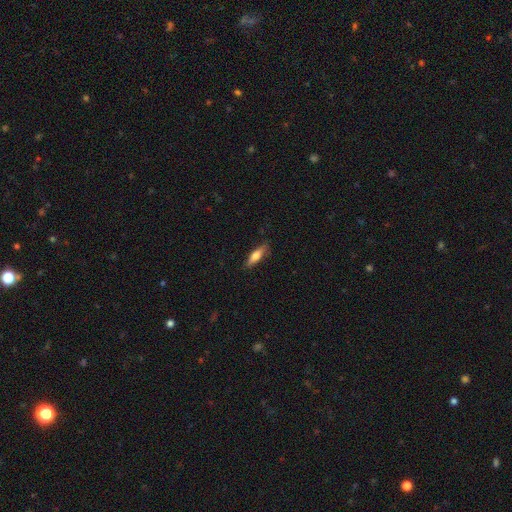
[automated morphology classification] smooth 63%, featured or disk 31%, star or artifact 6%. Down the decision tree: how rounded — cigar-shaped (61%); merging — none (83%).